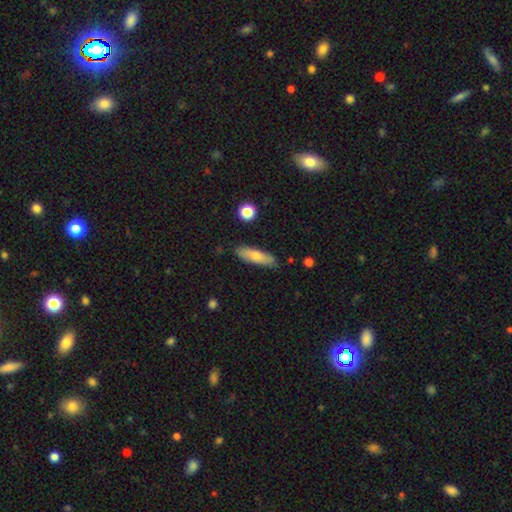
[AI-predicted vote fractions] The model was most divided on "how rounded": cigar-shaped: 61%, in between: 36%, round: 2%. More confident: merging — none (84%); smooth or featured — smooth (69%).